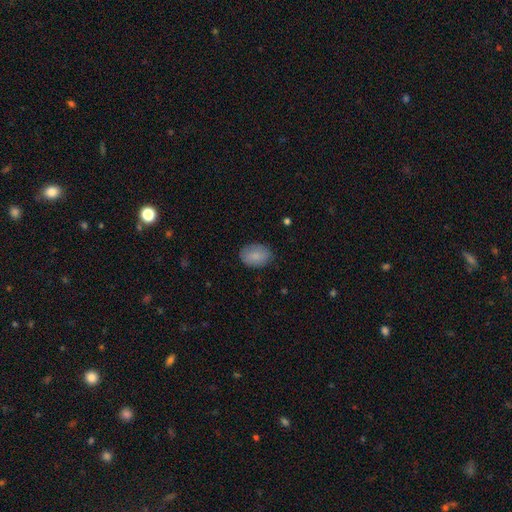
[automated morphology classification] Smooth or featured? smooth (86%)
How rounded? in between (81%)
Merging? none (82%)